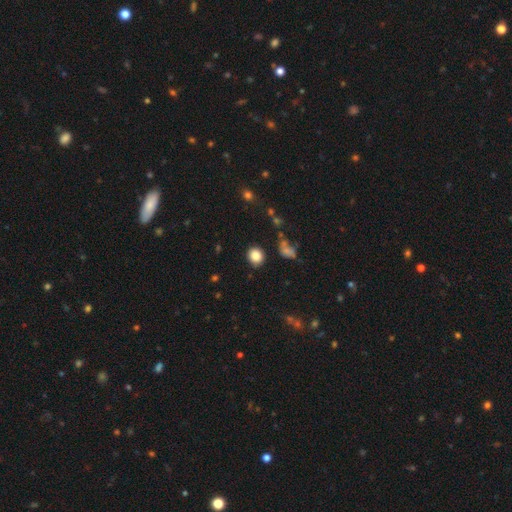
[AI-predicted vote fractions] Smooth or featured: smooth — 84% (star or artifact — 10%)
How rounded: round — 80% (in between — 19%)
Merging: none — 86% (minor disturbance — 9%)